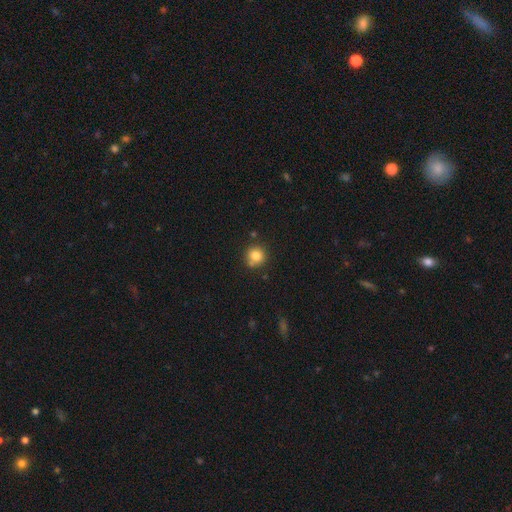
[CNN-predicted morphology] Smooth or featured?
  - smooth: 82% *
  - star or artifact: 11%
  - featured or disk: 8%
How rounded?
  - round: 89% *
  - in between: 10%
  - cigar-shaped: 1%
Merging?
  - none: 71% *
  - minor disturbance: 15%
  - merger: 10%
  - major disturbance: 4%